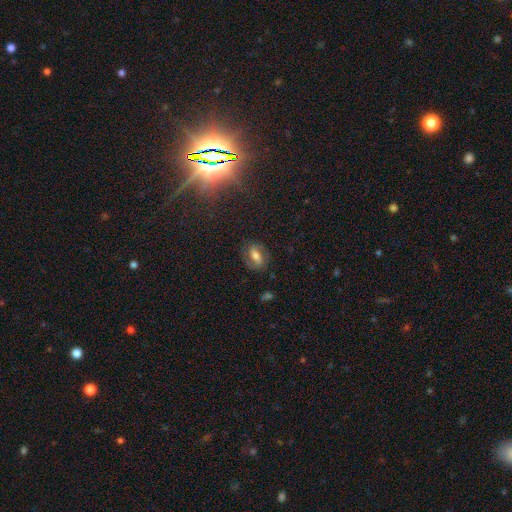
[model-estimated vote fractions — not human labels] featured or disk 56%, smooth 31%, star or artifact 12%. Down the decision tree: edge-on disk — no (93%); bar — strong (41%); spiral arms — yes (79%); bulge size — moderate (58%); merging — none (78%).